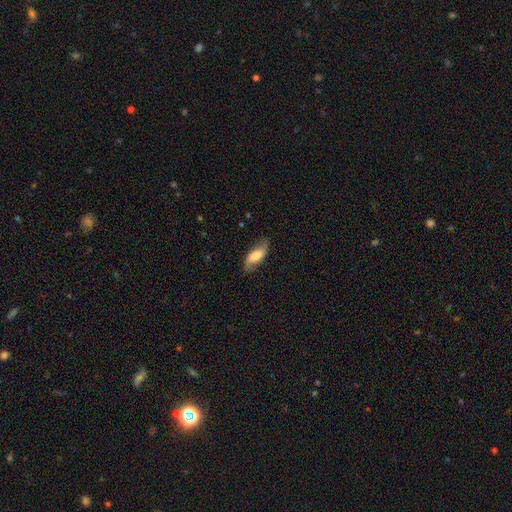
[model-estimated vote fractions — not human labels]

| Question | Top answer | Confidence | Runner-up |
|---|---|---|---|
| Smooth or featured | smooth | 55% | featured or disk (38%) |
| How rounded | in between | 76% | cigar-shaped (21%) |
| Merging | none | 71% | minor disturbance (21%) |